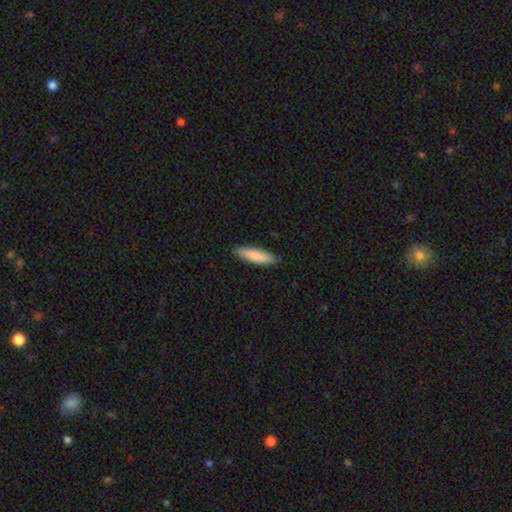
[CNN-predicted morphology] smooth 85%, featured or disk 9%, star or artifact 5%. Down the decision tree: how rounded — cigar-shaped (69%); merging — none (87%).